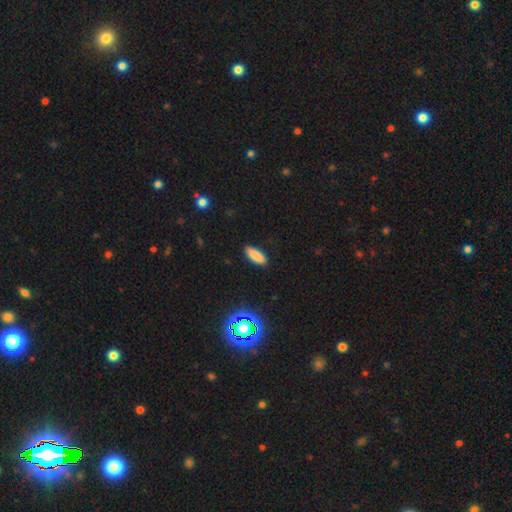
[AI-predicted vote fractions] A smooth galaxy with no disk features (85%) that is in between round and cigar-shaped (70%). Merging: none (88%).